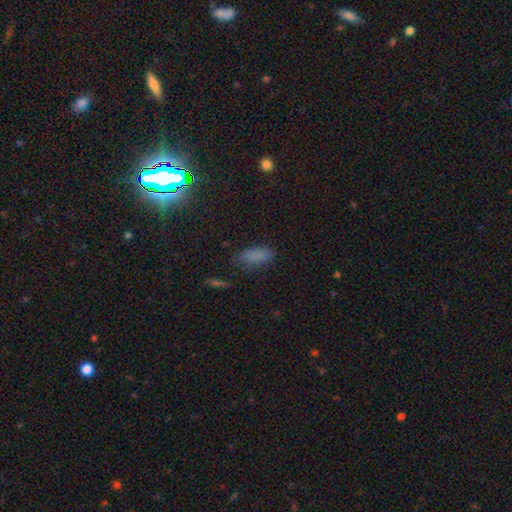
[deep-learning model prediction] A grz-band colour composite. It shows a smooth galaxy with no disk features (79%) that is in between round and cigar-shaped (79%). Merging: none (68%).